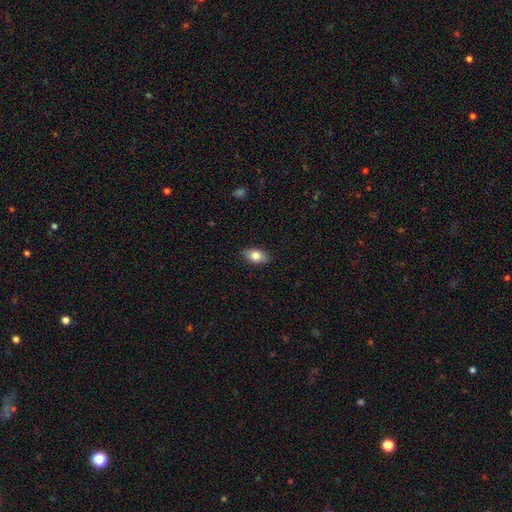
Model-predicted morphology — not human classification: smooth_or_featured: smooth (p=0.78) [alt: featured or disk p=0.15]
how_rounded: in between (p=0.89) [alt: round p=0.06]
merging: none (p=0.86) [alt: minor disturbance p=0.11]